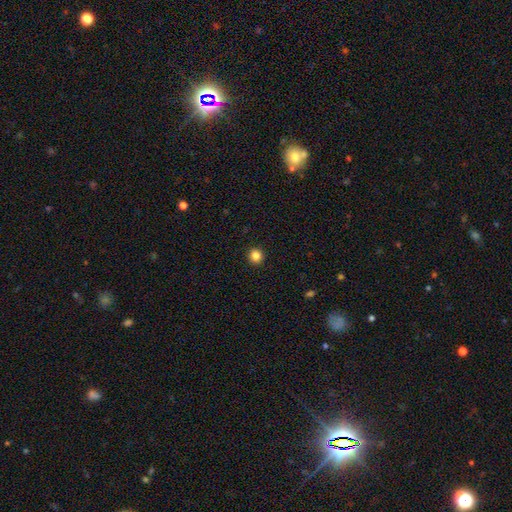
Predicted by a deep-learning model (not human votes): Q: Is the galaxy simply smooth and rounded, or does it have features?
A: smooth — 85%.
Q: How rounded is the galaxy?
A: round — 92%.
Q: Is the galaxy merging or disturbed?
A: none — 93%.